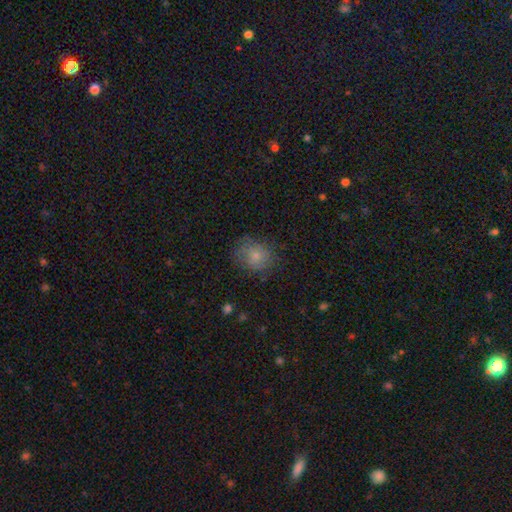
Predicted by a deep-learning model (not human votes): Smooth or featured: smooth — 76% (featured or disk — 14%)
How rounded: round — 72% (in between — 27%)
Merging: none — 70% (minor disturbance — 21%)